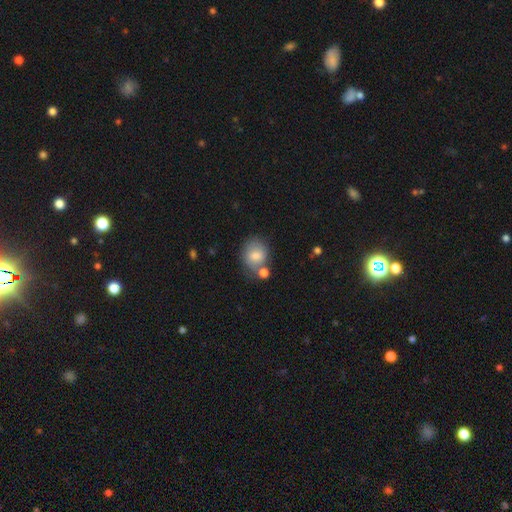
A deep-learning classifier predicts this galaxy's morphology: This is likely a smooth galaxy (78%). How rounded: likely round (62%). Merging: possibly none (52%).